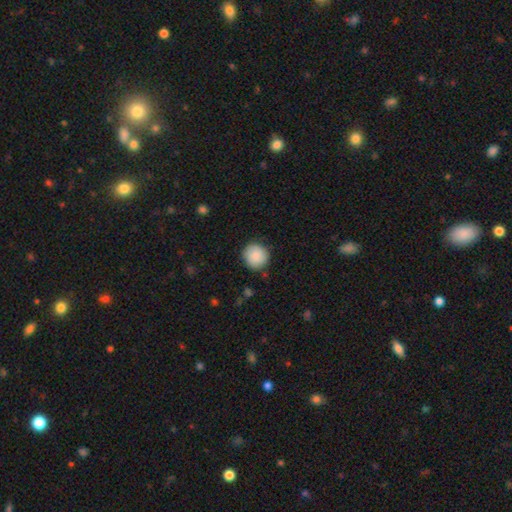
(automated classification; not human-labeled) Overall: smooth (88%). How rounded: round (93%). Merging: none (87%).